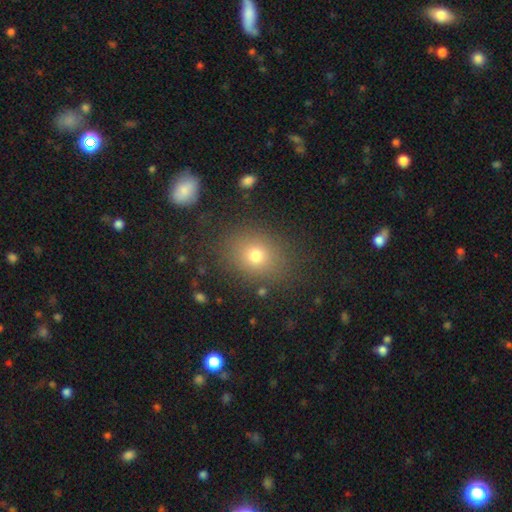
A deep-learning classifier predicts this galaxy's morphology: Q: Smooth or featured?
A: smooth (74%); runner-up: star or artifact (16%)
Q: How rounded?
A: round (53%); runner-up: in between (46%)
Q: Merging?
A: none (85%); runner-up: minor disturbance (9%)